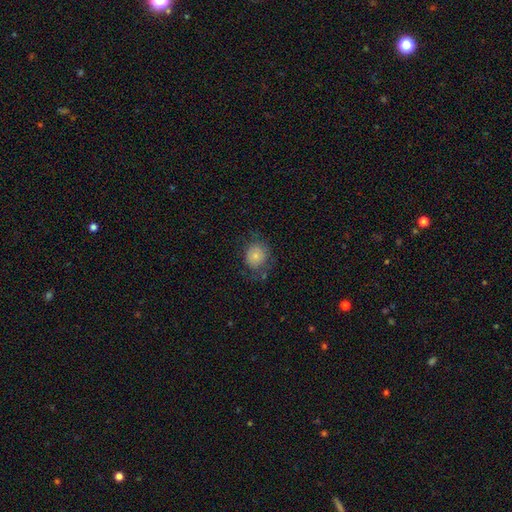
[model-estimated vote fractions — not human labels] Overall: smooth (77%). How rounded: round (75%). Merging: none (63%).